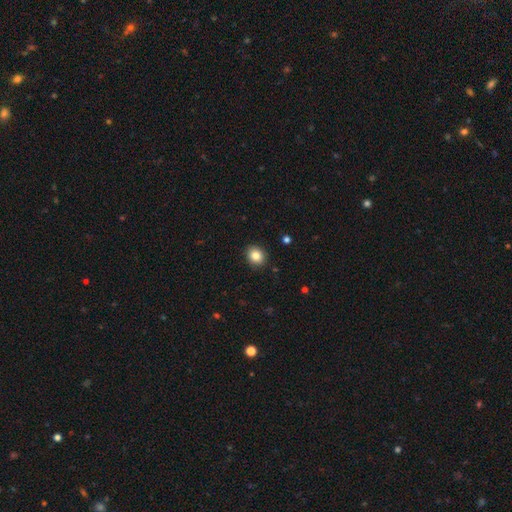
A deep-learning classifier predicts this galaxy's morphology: A smooth galaxy with no disk features (84%) that is round (64%).

Vote fractions:
- Smooth or featured? smooth: 84% / star or artifact: 10% / featured or disk: 6%
- How rounded? round: 64% / in between: 35% / cigar-shaped: 1%
- Merging? none: 90% / minor disturbance: 7% / major disturbance: 2% / merger: 1%